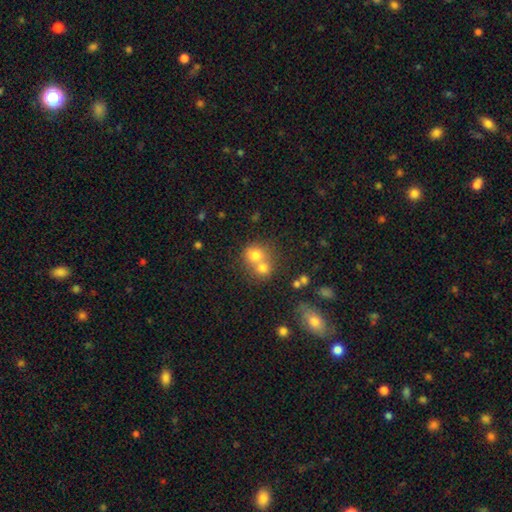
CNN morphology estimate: smooth-or-featured: smooth: 73% | featured or disk: 15% | star or artifact: 12%
  how-rounded: round: 77% | in between: 22% | cigar-shaped: 1%
  merging: merger: 61% | none: 31% | minor disturbance: 6% | major disturbance: 3%